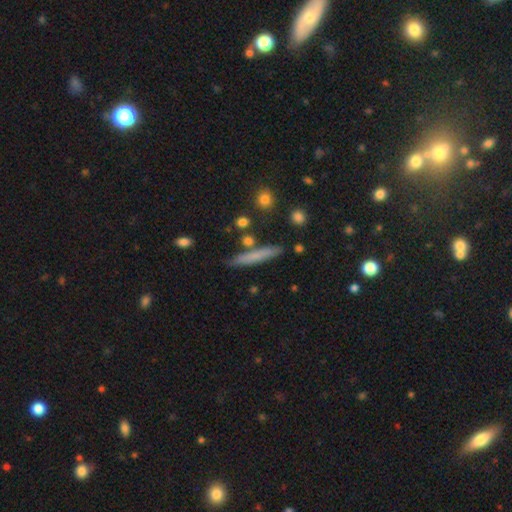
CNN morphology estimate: smooth-or-featured: smooth: 67% | featured or disk: 25% | star or artifact: 8%
  how-rounded: cigar-shaped: 93% | in between: 5% | round: 2%
  merging: none: 83% | minor disturbance: 10% | merger: 5% | major disturbance: 2%